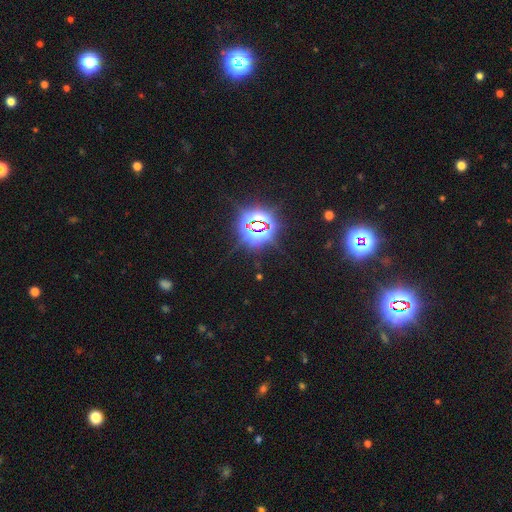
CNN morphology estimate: star or artifact 77%, smooth 17%, featured or disk 6%.